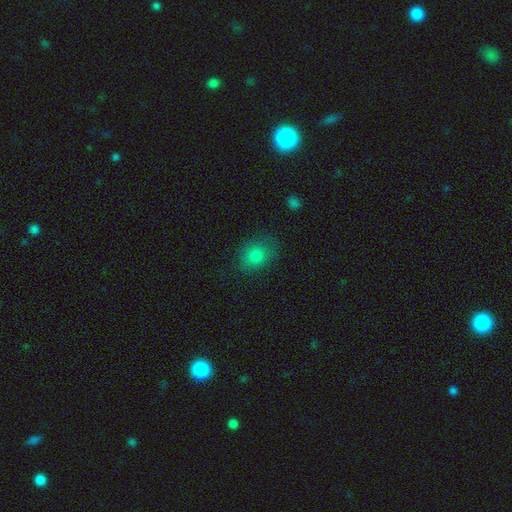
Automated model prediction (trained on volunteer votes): Morphology: type=smooth (78%); roundness=round (53%); merging=none (76%).